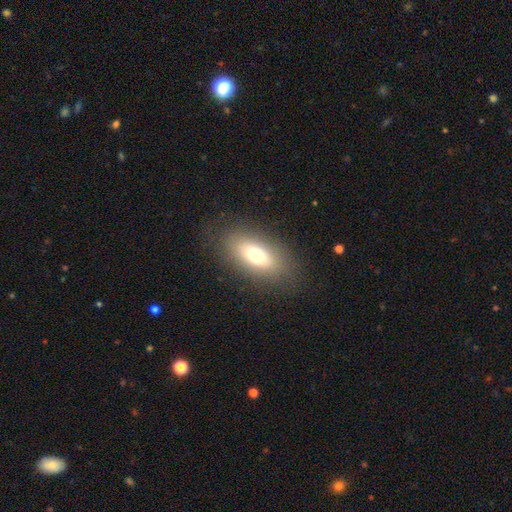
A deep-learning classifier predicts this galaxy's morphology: Smooth or featured: smooth — 71% (featured or disk — 19%)
How rounded: in between — 85% (cigar-shaped — 10%)
Merging: none — 83% (minor disturbance — 10%)